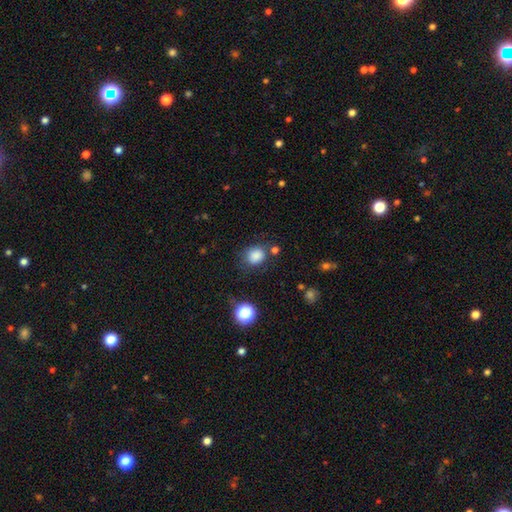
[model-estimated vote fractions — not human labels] smooth-or-featured: smooth: 84% | star or artifact: 11% | featured or disk: 5%
  how-rounded: round: 69% | in between: 30% | cigar-shaped: 1%
  merging: none: 70% | minor disturbance: 18% | major disturbance: 6% | merger: 6%